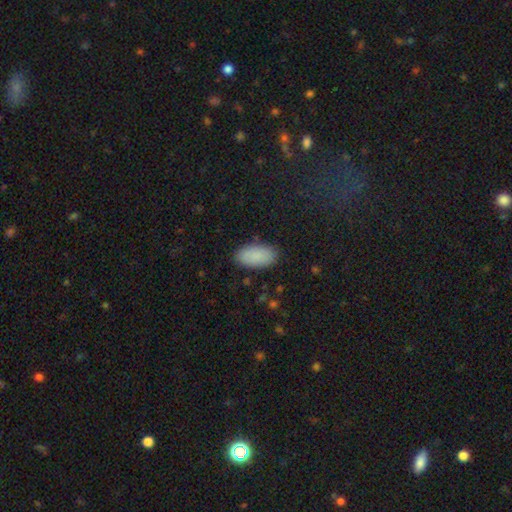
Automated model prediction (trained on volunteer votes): This appears to be a smooth galaxy with no disk features (88%) that is in between round and cigar-shaped (95%). Merging: none (86%).